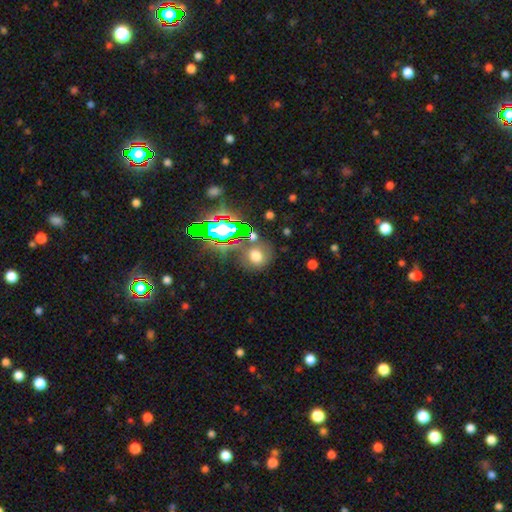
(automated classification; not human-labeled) Overall: smooth (60%; star or artifact 26%). How rounded: round (76%). Merging: none (64%).